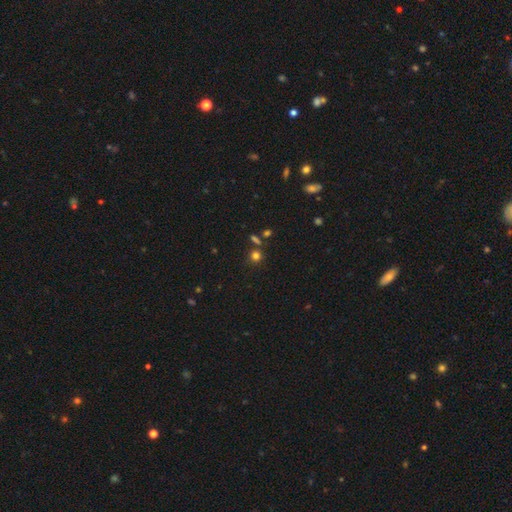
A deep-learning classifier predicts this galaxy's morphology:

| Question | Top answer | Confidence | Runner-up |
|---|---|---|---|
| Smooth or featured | smooth | 74% | star or artifact (19%) |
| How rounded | round | 89% | in between (9%) |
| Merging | none | 76% | merger (12%) |